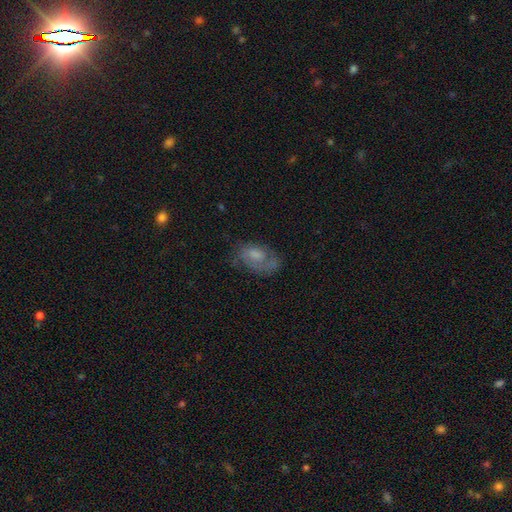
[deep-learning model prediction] The model was most divided on "smooth or featured": featured or disk: 51%, smooth: 39%, star or artifact: 10%. More confident: edge-on disk — no (95%); merging — none (53%).